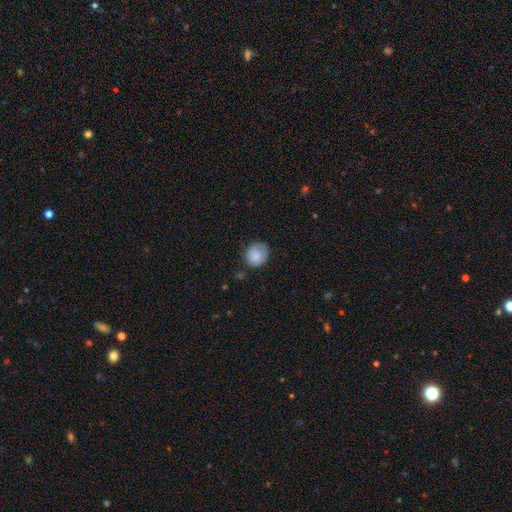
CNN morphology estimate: A smooth galaxy with no disk features (81%) that is round (71%). Merging: none (64%).